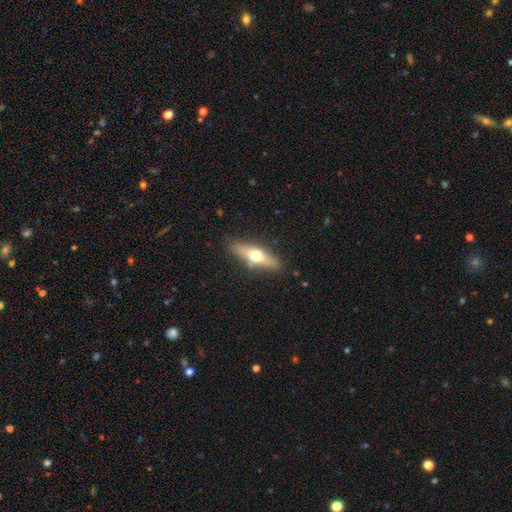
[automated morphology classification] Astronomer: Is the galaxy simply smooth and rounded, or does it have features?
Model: smooth — 47% (runner-up: featured or disk, 46%).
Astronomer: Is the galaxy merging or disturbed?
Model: none — 85%.